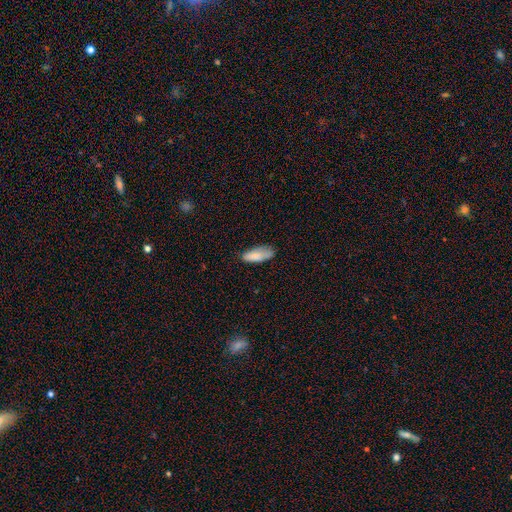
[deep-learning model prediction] This appears to be a smooth galaxy with no disk features (84%) that is in between round and cigar-shaped (75%). Merging: none (65%).